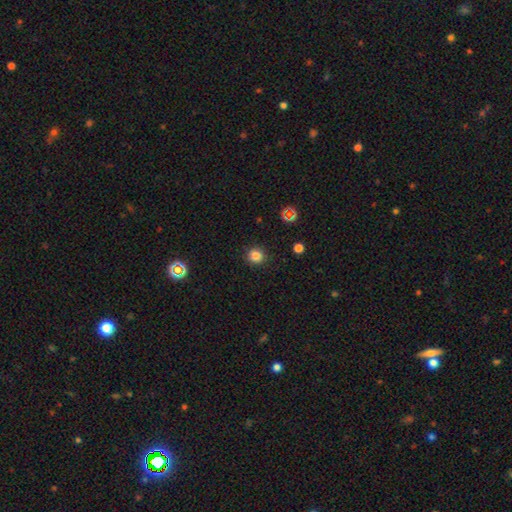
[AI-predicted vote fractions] This is clearly a smooth galaxy (82%). How rounded: clearly round (92%). Merging: clearly none (90%).